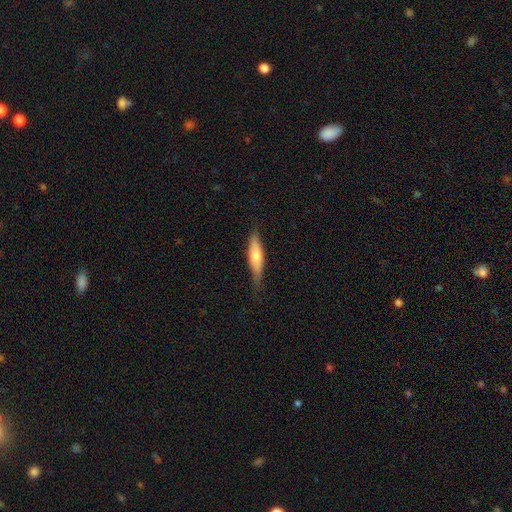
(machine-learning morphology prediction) smooth_or_featured: smooth (p=0.54) [alt: featured or disk p=0.40]
how_rounded: cigar-shaped (p=0.69) [alt: in between p=0.29]
merging: none (p=0.75) [alt: minor disturbance p=0.20]